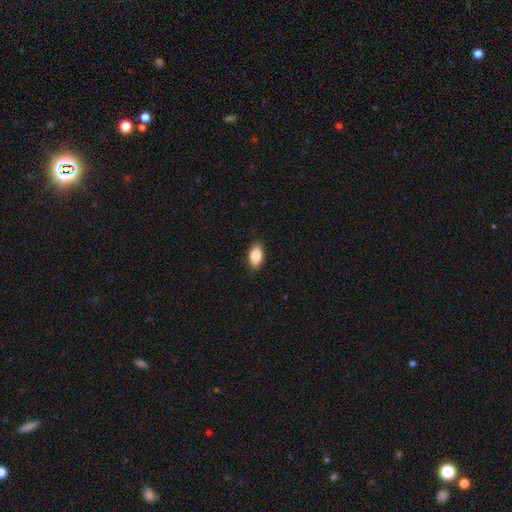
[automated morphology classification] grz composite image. It shows a smooth galaxy with no disk features (86%) that is in between round and cigar-shaped (93%). Merging: none (88%).